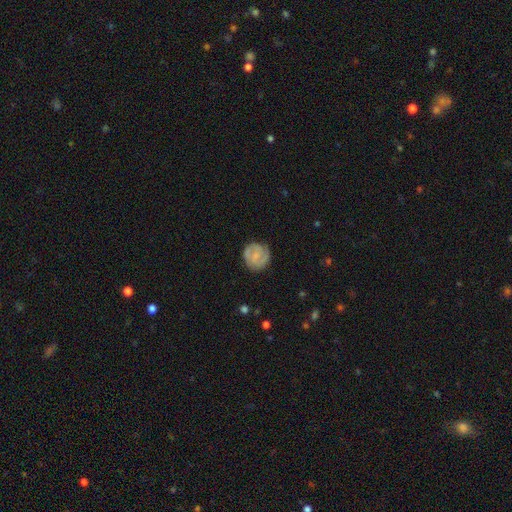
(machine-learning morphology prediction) Smooth or featured: featured or disk — 57% (smooth — 36%)
Edge-on disk: no — 98% (yes — 2%)
Bar: no — 49% (weak — 41%)
Spiral arms: yes — 86% (no — 14%)
Bulge size: small — 51% (none — 29%)
Merging: none — 79% (minor disturbance — 14%)